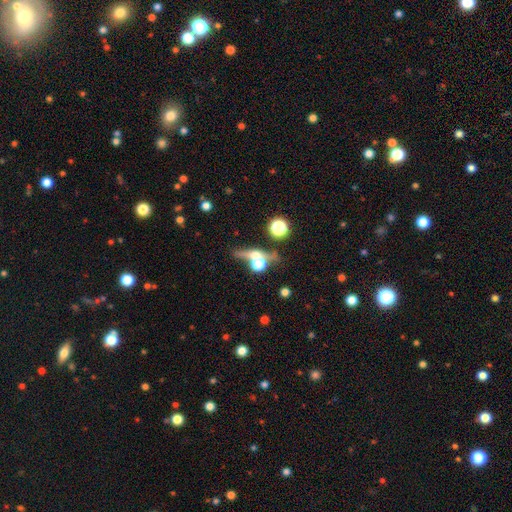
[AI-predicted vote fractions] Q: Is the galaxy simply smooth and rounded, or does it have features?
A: featured or disk — 49%.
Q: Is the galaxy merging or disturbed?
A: none — 62%.